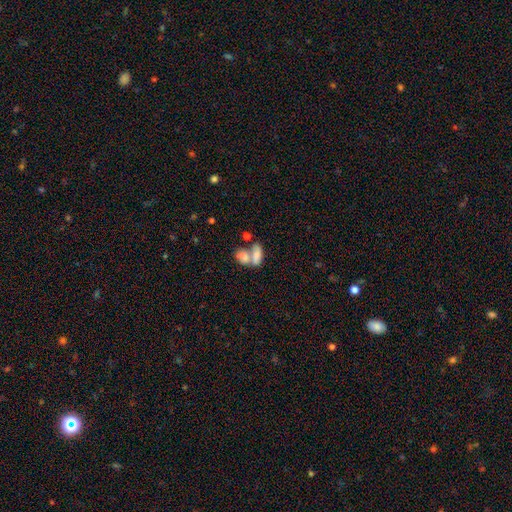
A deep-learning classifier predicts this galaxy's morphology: This appears to be a smooth galaxy with no disk features (75%) that is in between round and cigar-shaped (86%). Merging: merger (64%).